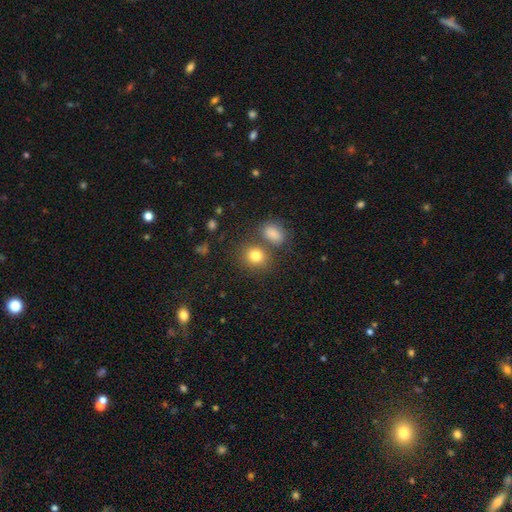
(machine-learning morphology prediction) Overall: smooth (81%). How rounded: round (69%; in between 30%). Merging: none (65%).